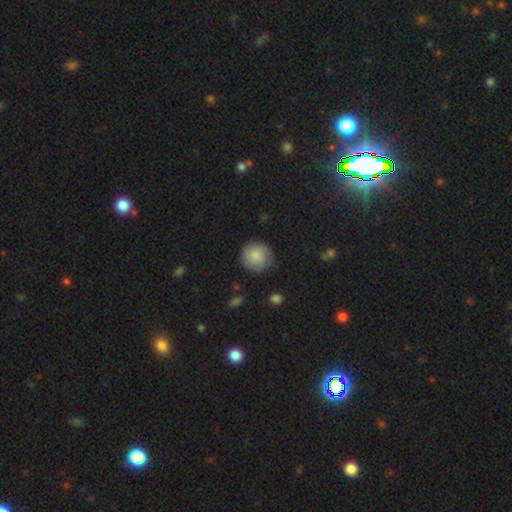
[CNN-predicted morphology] This is clearly a smooth galaxy (82%). How rounded: clearly round (94%). Merging: clearly none (81%).